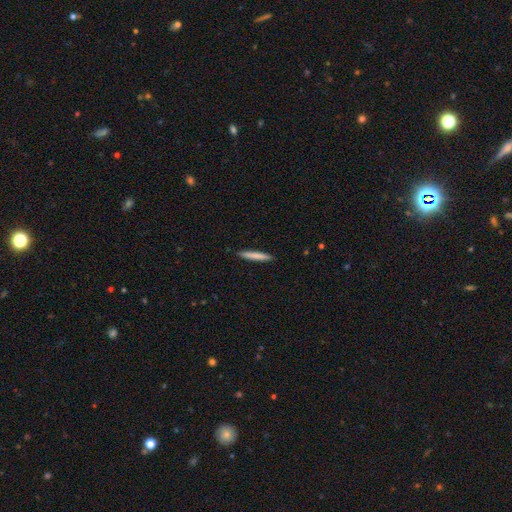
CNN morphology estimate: Smooth or featured?
  - smooth: 78% *
  - featured or disk: 17%
  - star or artifact: 5%
How rounded?
  - cigar-shaped: 96% *
  - in between: 3%
  - round: 1%
Merging?
  - none: 92% *
  - minor disturbance: 6%
  - major disturbance: 1%
  - merger: 1%